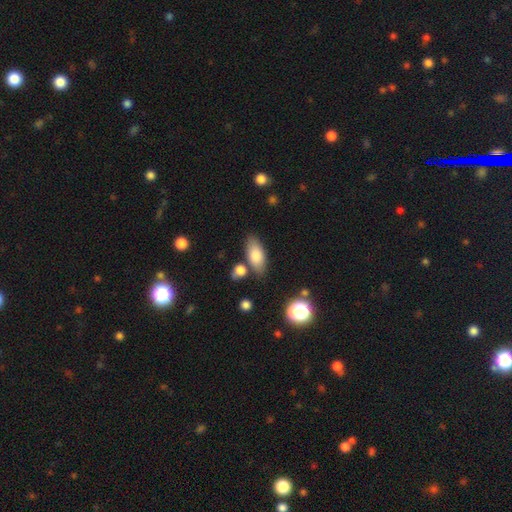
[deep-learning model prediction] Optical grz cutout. It shows a smooth galaxy with no disk features (80%) that is in between round and cigar-shaped (83%). Merging: none (75%).